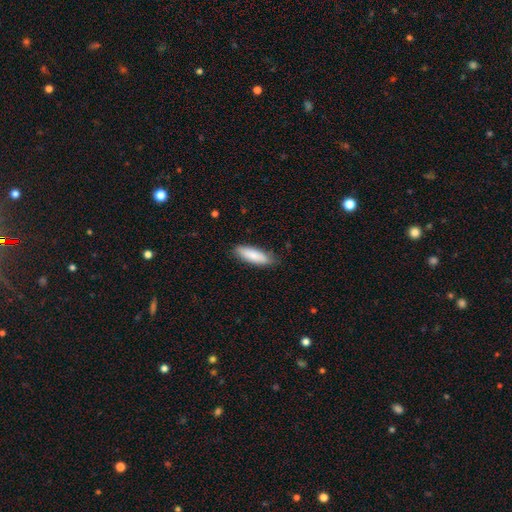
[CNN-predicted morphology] Overall: smooth (85%). How rounded: in between (56%; cigar-shaped 42%). Merging: none (81%).